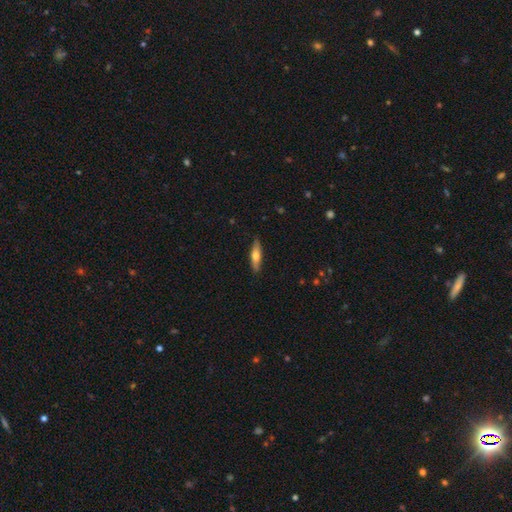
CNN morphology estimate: smooth_or_featured: smooth (p=0.55) [alt: featured or disk p=0.39]
how_rounded: cigar-shaped (p=0.68) [alt: in between p=0.30]
merging: none (p=0.88) [alt: minor disturbance p=0.09]